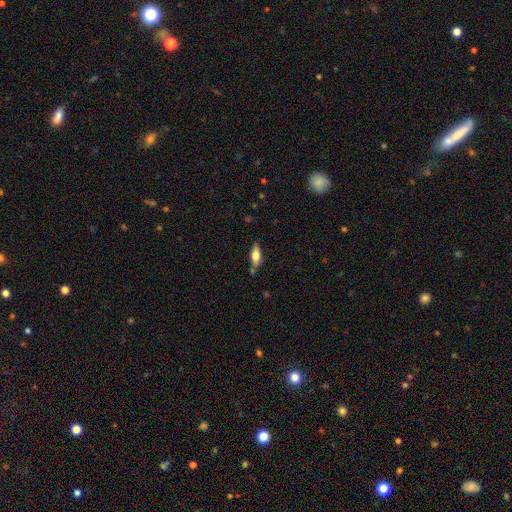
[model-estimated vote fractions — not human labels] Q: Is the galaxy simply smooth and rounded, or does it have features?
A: smooth — 54%.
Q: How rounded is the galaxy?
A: in between — 63%.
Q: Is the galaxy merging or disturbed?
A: none — 75%.